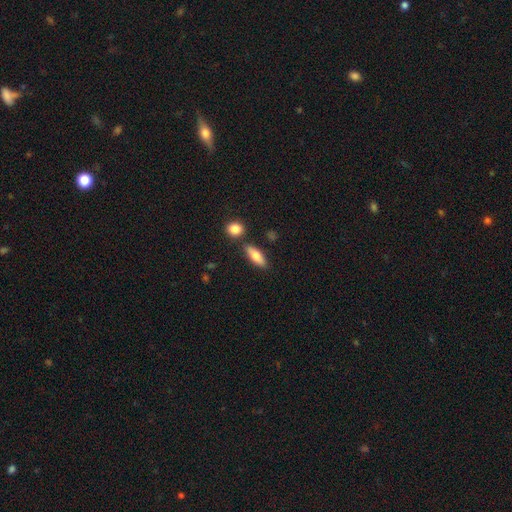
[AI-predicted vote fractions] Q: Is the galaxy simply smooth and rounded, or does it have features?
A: smooth — 72%.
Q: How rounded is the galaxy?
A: in between — 63%.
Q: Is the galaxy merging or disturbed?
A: none — 79%.